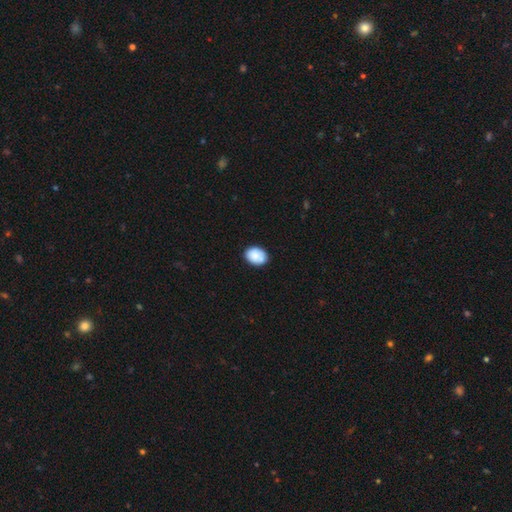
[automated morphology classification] This appears to be a smooth galaxy with no disk features (85%) that is in between round and cigar-shaped (68%). Merging: none (78%).